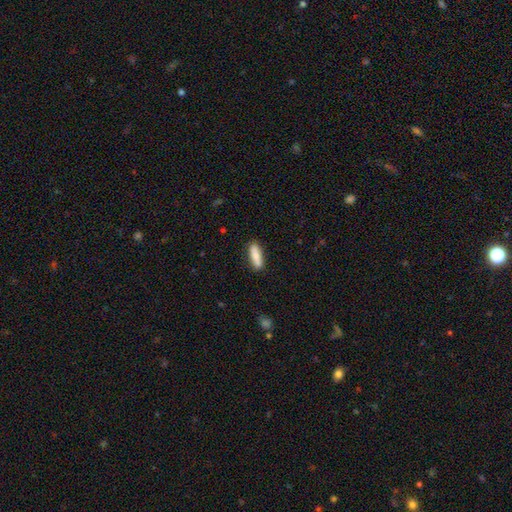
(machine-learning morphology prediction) A smooth galaxy with no disk features (83%) that is cigar-shaped (60%).

Vote fractions:
- Smooth or featured? smooth: 83% / featured or disk: 11% / star or artifact: 6%
- How rounded? cigar-shaped: 60% / in between: 38% / round: 2%
- Merging? none: 84% / minor disturbance: 11% / major disturbance: 2% / merger: 2%